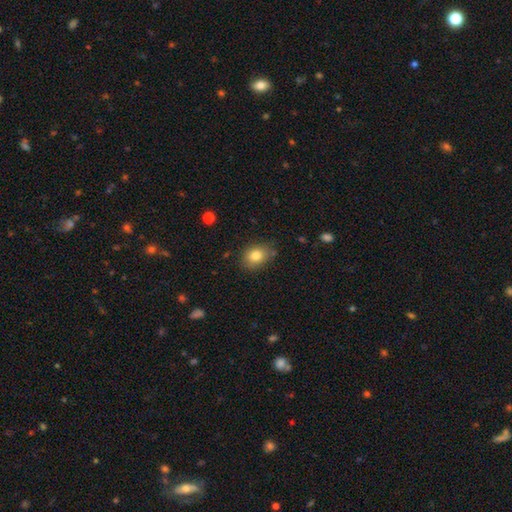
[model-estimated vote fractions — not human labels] Smooth or featured? smooth (82%)
How rounded? in between (64%)
Merging? none (78%)